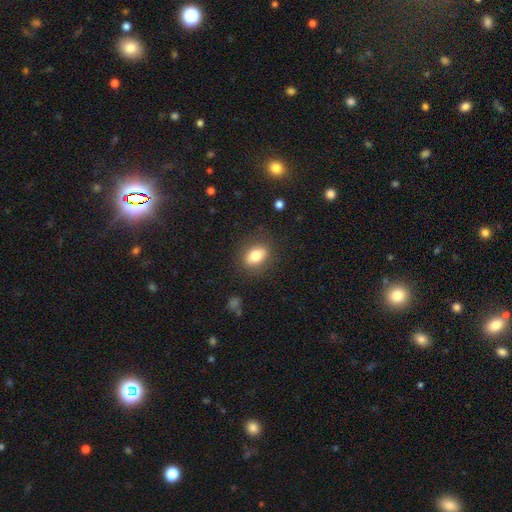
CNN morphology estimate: Smooth or featured?
  - smooth: 77% *
  - featured or disk: 15%
  - star or artifact: 8%
How rounded?
  - in between: 77% *
  - round: 20%
  - cigar-shaped: 4%
Merging?
  - none: 83% *
  - minor disturbance: 12%
  - major disturbance: 4%
  - merger: 1%